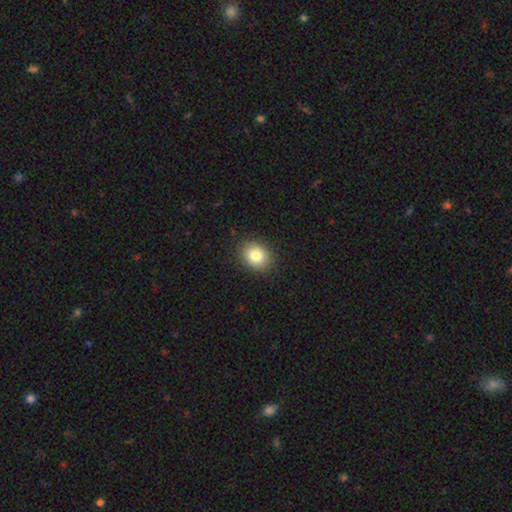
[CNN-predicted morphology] The model was most divided on "how rounded": in between: 51%, round: 48%, cigar-shaped: 1%. More confident: merging — none (89%); smooth or featured — smooth (83%).